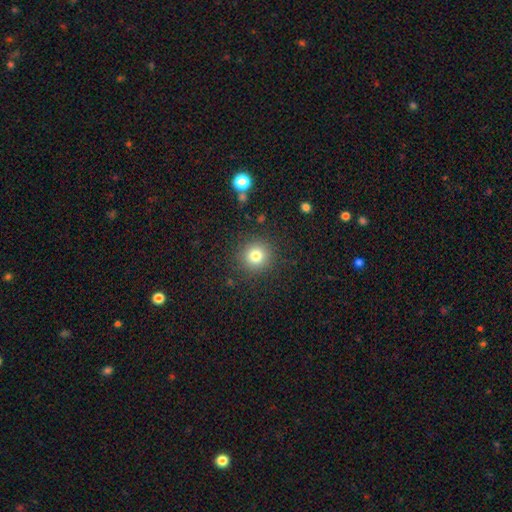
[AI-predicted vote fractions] Smooth or featured? smooth (80%)
How rounded? round (93%)
Merging? none (89%)